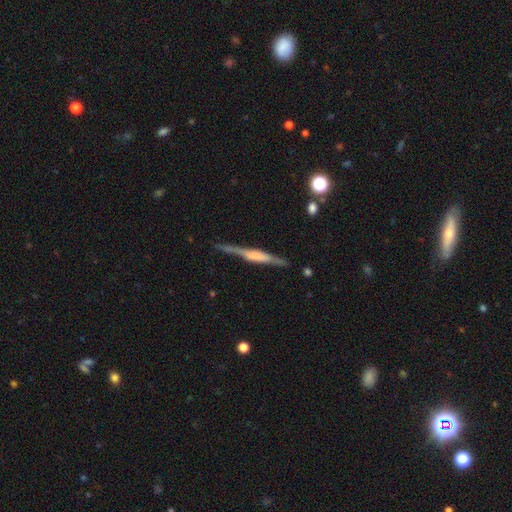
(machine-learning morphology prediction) A featured or disk galaxy (72%) viewed edge-on (97%) with a boxy central bulge (53%).

Vote fractions:
- Smooth or featured? featured or disk: 72% / smooth: 22% / star or artifact: 6%
- Edge-on disk? yes: 97% / no: 3%
- Edge-on bulge? boxy: 53% / rounded: 33% / none: 14%
- Merging? none: 80% / minor disturbance: 14% / major disturbance: 3% / merger: 2%